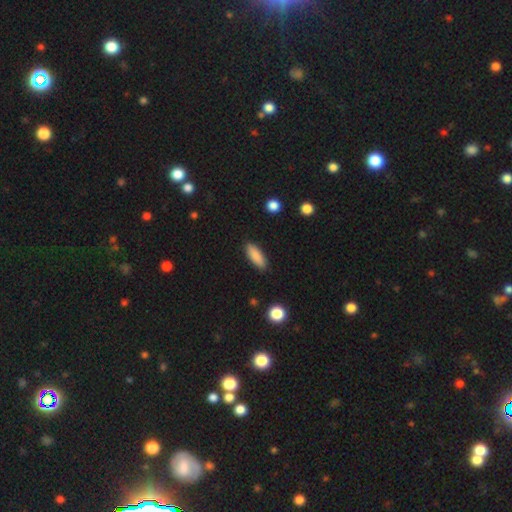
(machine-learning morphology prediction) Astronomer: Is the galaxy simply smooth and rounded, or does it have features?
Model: smooth — 87%.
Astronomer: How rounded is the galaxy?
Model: in between — 59% (runner-up: cigar-shaped, 39%).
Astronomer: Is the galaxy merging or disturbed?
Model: none — 88%.